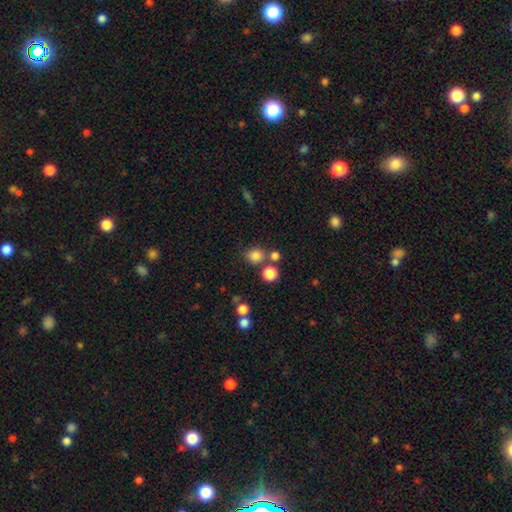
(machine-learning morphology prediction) The model was most divided on "merging": none: 70%, merger: 17%, minor disturbance: 9%, major disturbance: 4%. More confident: how rounded — round (84%); smooth or featured — smooth (80%).